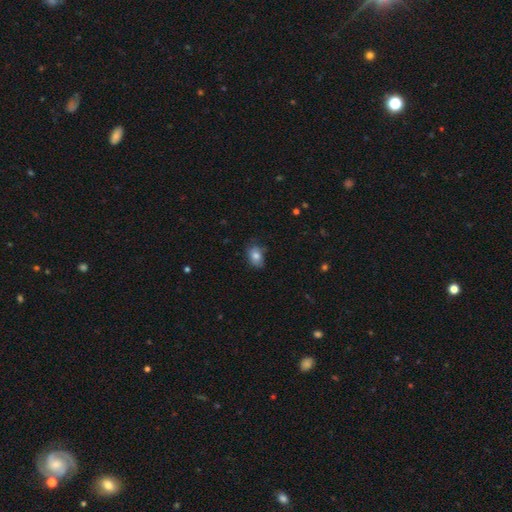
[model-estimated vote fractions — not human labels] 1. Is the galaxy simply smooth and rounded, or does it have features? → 79% smooth, 12% featured or disk, 9% star or artifact.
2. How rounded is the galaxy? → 78% in between, 20% round, 1% cigar-shaped.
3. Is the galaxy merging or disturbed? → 66% none, 27% minor disturbance, 6% major disturbance, 1% merger.